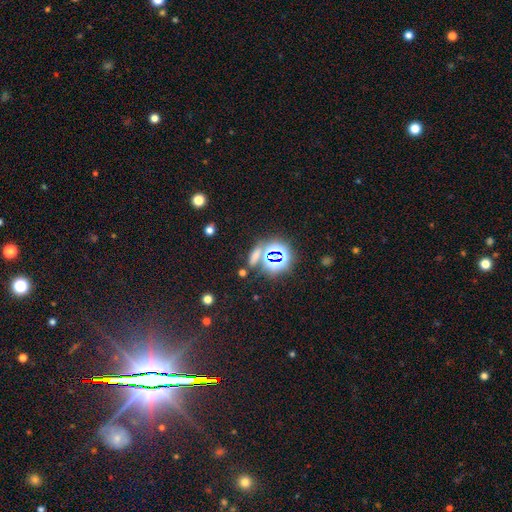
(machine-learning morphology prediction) Smooth or featured?
  - star or artifact: 50% *
  - smooth: 39%
  - featured or disk: 11%